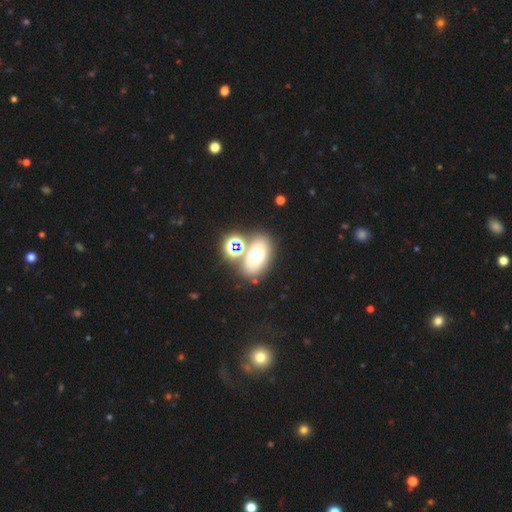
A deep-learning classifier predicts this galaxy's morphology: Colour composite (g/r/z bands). It shows a smooth galaxy with no disk features (55%) that is in between round and cigar-shaped (76%). Merging: none (64%).